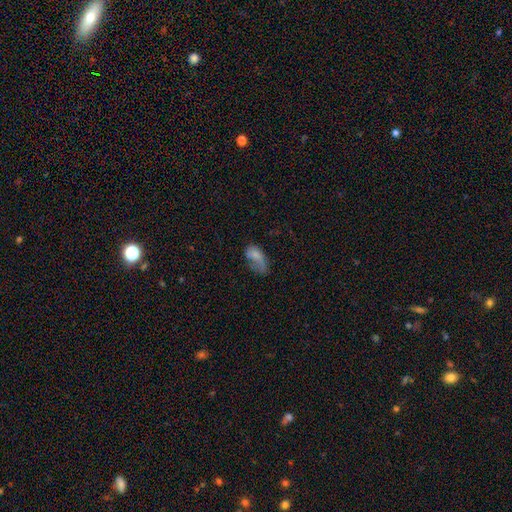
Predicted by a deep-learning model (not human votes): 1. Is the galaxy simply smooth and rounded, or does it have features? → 65% smooth, 24% featured or disk, 10% star or artifact.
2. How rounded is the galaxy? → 90% in between, 5% round, 5% cigar-shaped.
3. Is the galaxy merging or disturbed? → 41% major disturbance, 26% none, 25% minor disturbance, 8% merger.